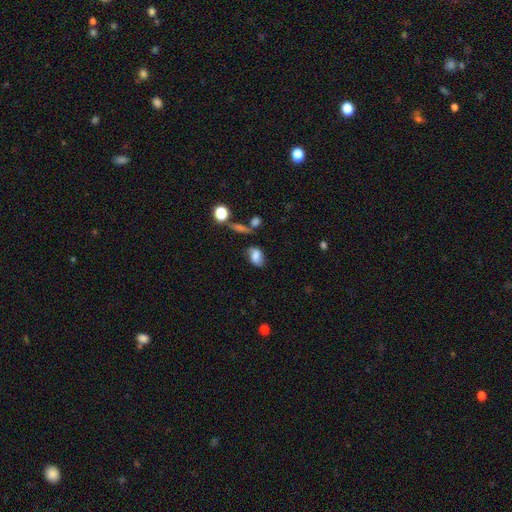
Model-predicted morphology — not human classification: This is possibly a smooth galaxy (60%). How rounded: clearly in between (83%). Merging: likely none (60%).